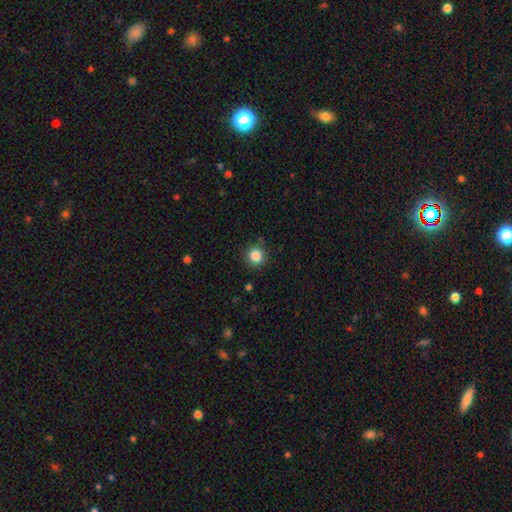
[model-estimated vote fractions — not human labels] smooth 85%, star or artifact 11%, featured or disk 4%. Down the decision tree: how rounded — round (94%); merging — none (87%).